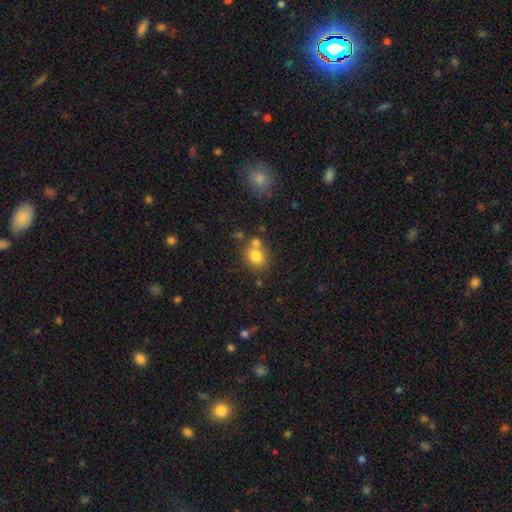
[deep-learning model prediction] A smooth galaxy with no disk features (79%) that is round (65%).

Vote fractions:
- Smooth or featured? smooth: 79% / star or artifact: 11% / featured or disk: 10%
- How rounded? round: 65% / in between: 34% / cigar-shaped: 1%
- Merging? none: 59% / merger: 25% / minor disturbance: 12% / major disturbance: 4%